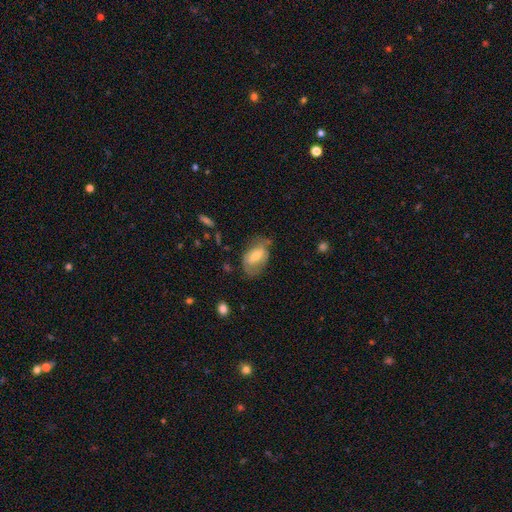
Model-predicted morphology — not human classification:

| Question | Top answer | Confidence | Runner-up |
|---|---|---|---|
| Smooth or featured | smooth | 54% | featured or disk (39%) |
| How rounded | in between | 88% | round (9%) |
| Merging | none | 51% | minor disturbance (31%) |